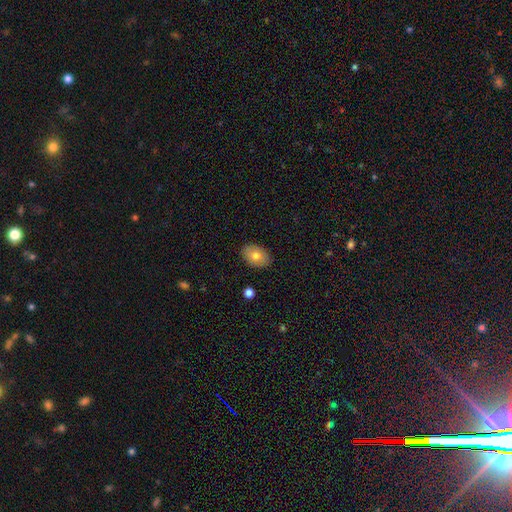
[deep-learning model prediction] smooth-or-featured: smooth: 77% | featured or disk: 16% | star or artifact: 7%
  how-rounded: in between: 83% | round: 16% | cigar-shaped: 1%
  merging: none: 88% | minor disturbance: 9% | major disturbance: 2% | merger: 1%